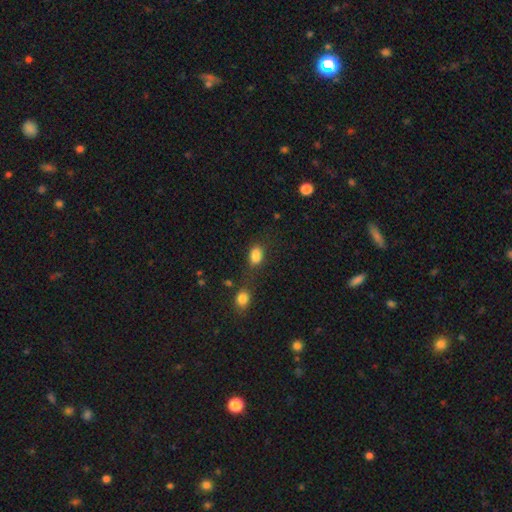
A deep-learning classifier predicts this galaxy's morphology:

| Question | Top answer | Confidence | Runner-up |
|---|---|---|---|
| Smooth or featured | smooth | 84% | star or artifact (11%) |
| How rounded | in between | 80% | round (17%) |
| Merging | none | 53% | minor disturbance (19%) |